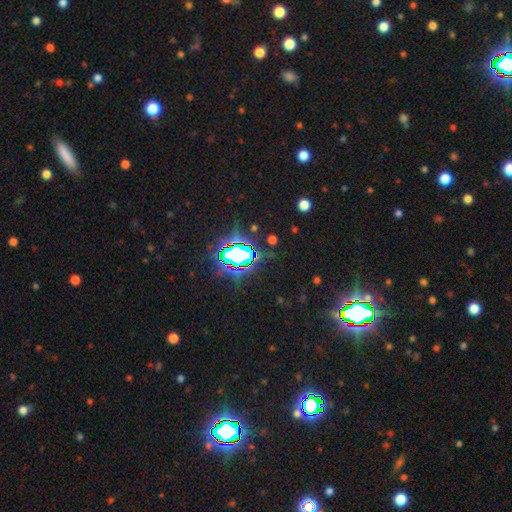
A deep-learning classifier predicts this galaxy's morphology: smooth-or-featured: star or artifact: 83% | smooth: 10% | featured or disk: 7%